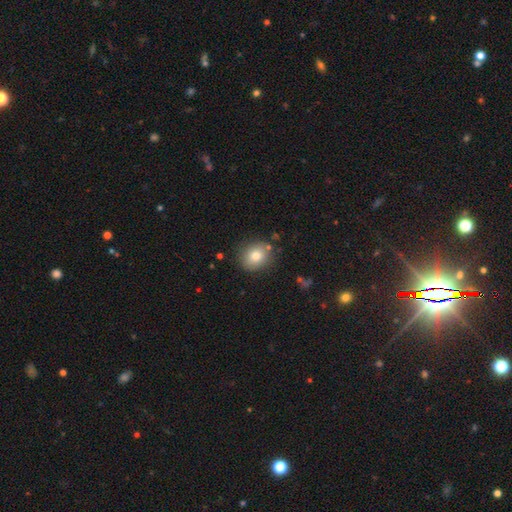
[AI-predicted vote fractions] A smooth galaxy with no disk features (79%) that is round (74%). Merging: none (84%).